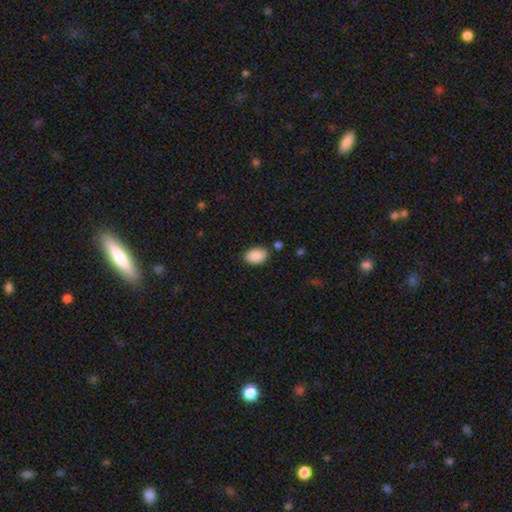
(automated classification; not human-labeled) The model was most divided on "merging": none: 83%, minor disturbance: 11%, merger: 3%, major disturbance: 3%. More confident: smooth or featured — smooth (90%); how rounded — in between (88%).